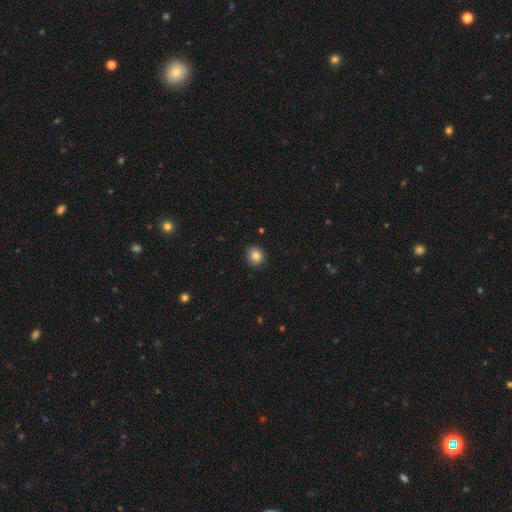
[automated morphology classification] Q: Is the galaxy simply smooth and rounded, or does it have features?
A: smooth — 84%.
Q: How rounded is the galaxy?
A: round — 79%.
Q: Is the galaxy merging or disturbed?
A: none — 88%.